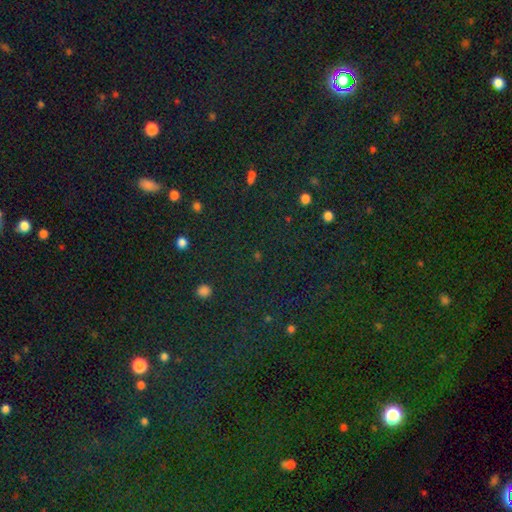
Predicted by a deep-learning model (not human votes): Q: Smooth or featured?
A: star or artifact (76%); runner-up: smooth (17%)